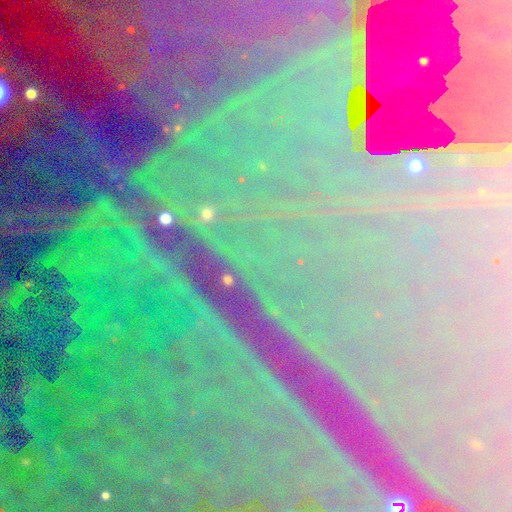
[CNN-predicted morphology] Smooth or featured? star or artifact (88%)